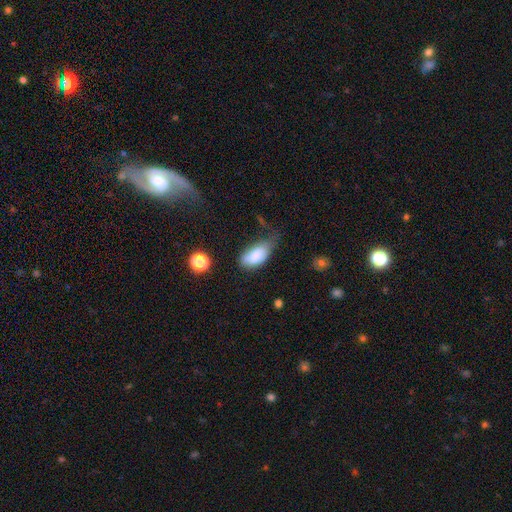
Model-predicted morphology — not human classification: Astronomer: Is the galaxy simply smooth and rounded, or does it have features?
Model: smooth — 81%.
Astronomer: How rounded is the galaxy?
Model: in between — 93%.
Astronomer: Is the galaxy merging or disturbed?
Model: minor disturbance — 41% (runner-up: none, 34%).